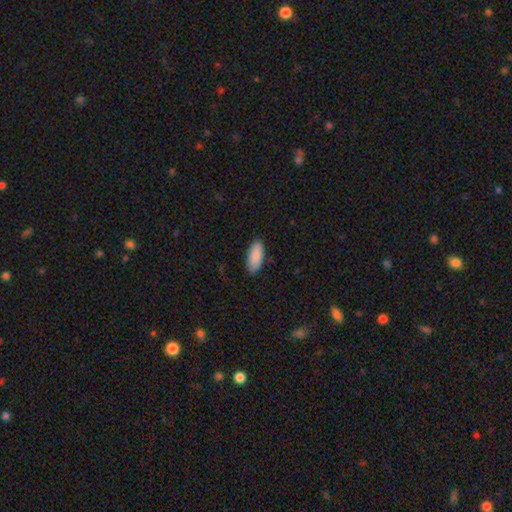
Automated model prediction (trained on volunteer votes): smooth-or-featured: smooth: 90% | star or artifact: 6% | featured or disk: 5%
  how-rounded: in between: 86% | cigar-shaped: 13% | round: 2%
  merging: none: 87% | minor disturbance: 10% | major disturbance: 2% | merger: 1%